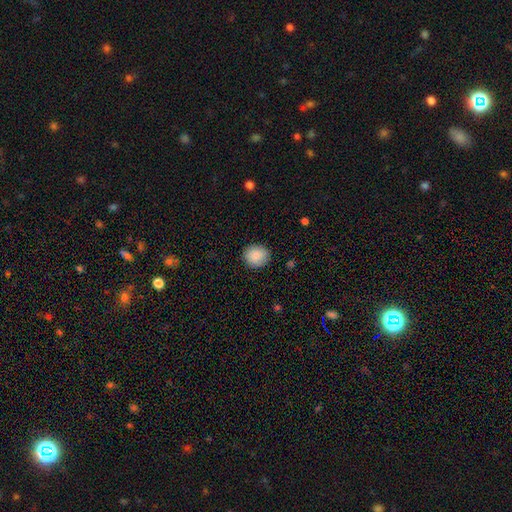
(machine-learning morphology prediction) Smooth or featured? Predicted: smooth (p=0.87). How rounded? Predicted: round (p=0.77). Merging? Predicted: none (p=0.87).